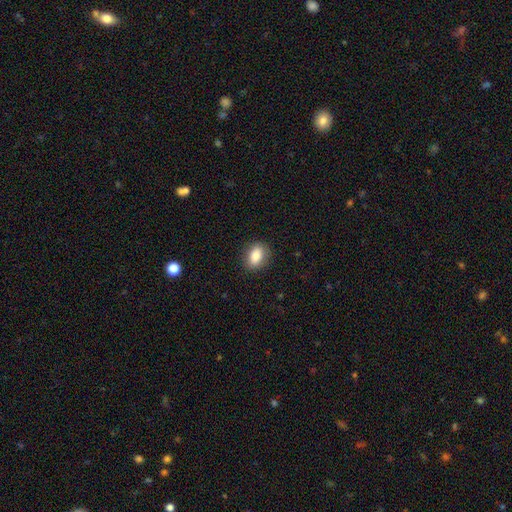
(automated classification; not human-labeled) This is clearly a smooth galaxy (85%). How rounded: likely in between (78%). Merging: clearly none (86%).